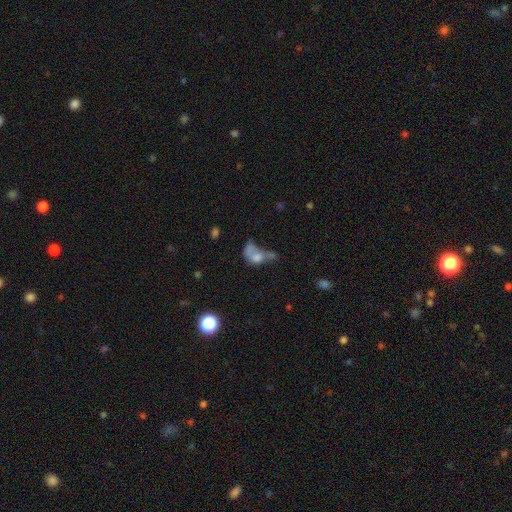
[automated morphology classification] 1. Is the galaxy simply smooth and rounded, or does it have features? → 57% smooth, 29% featured or disk, 14% star or artifact.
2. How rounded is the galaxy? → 70% in between, 26% round, 3% cigar-shaped.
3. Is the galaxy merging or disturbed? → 49% merger, 26% major disturbance, 14% none, 11% minor disturbance.